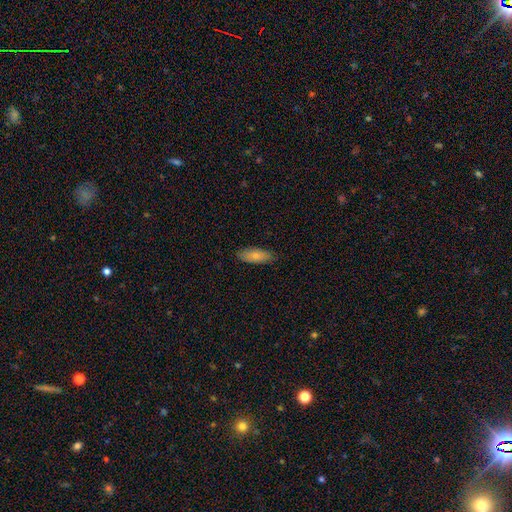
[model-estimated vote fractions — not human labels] This appears to be a smooth galaxy with no disk features (82%) that is in between round and cigar-shaped (73%). Merging: none (86%).